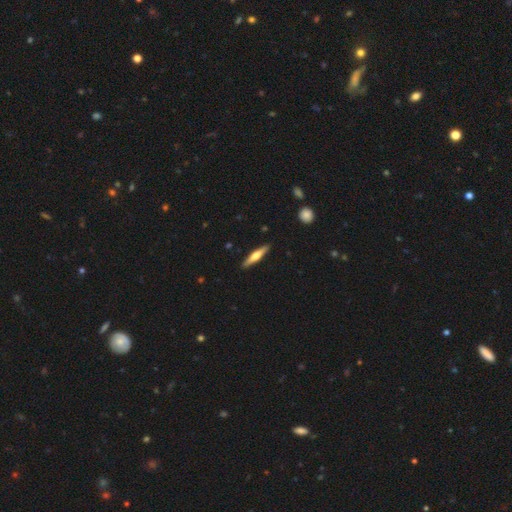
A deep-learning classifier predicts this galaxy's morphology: This appears to be a featured or disk galaxy (51%) viewed edge-on (96%). Merging: none (90%).